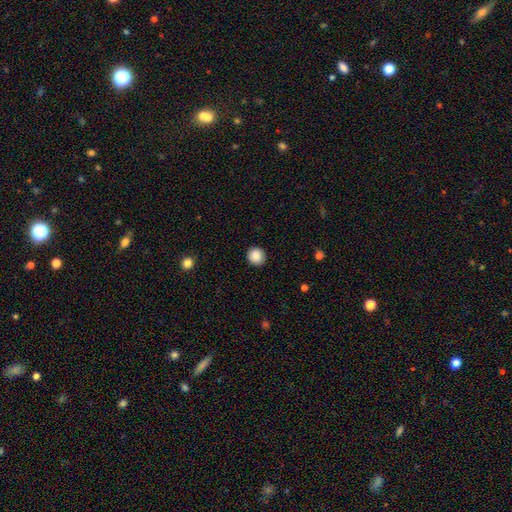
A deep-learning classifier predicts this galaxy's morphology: Smooth or featured?
  - smooth: 88% *
  - star or artifact: 9%
  - featured or disk: 3%
How rounded?
  - round: 91% *
  - in between: 8%
  - cigar-shaped: 1%
Merging?
  - none: 91% *
  - minor disturbance: 6%
  - major disturbance: 2%
  - merger: 1%